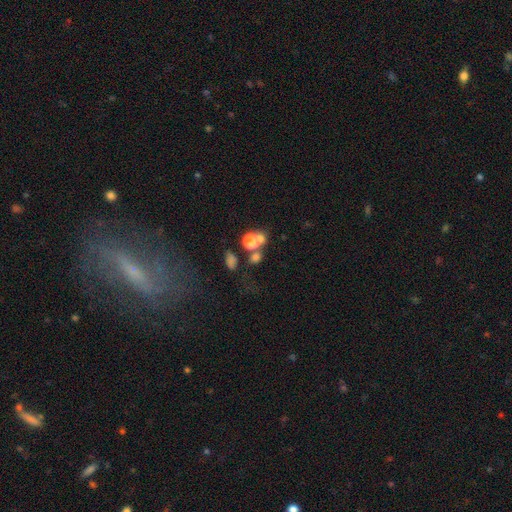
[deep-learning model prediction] This is possibly a smooth galaxy (47%). Merging: possibly none (53%).